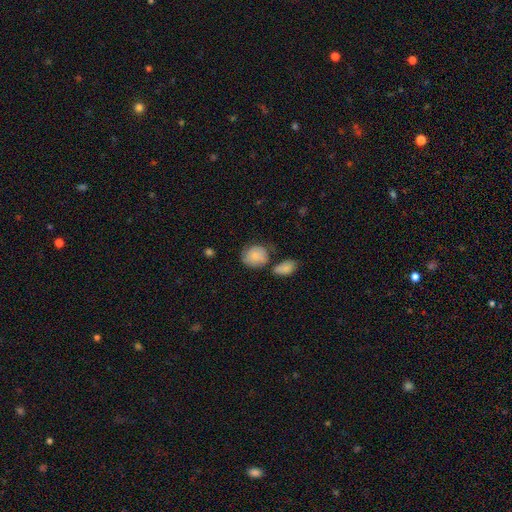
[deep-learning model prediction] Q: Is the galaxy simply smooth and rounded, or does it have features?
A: smooth — 79%.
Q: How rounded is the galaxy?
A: round — 66%.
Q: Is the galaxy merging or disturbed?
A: none — 52%.